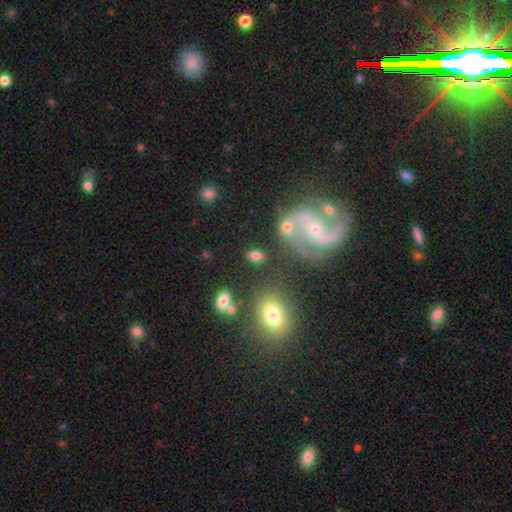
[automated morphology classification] smooth_or_featured: smooth (p=0.68) [alt: featured or disk p=0.21]
how_rounded: in between (p=0.75) [alt: round p=0.23]
merging: none (p=0.66) [alt: minor disturbance p=0.14]